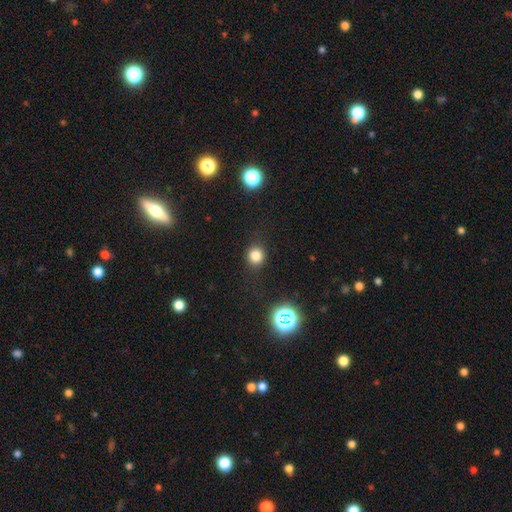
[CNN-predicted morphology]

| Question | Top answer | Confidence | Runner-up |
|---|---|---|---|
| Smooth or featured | smooth | 79% | star or artifact (16%) |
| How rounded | round | 83% | in between (17%) |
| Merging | none | 86% | minor disturbance (9%) |